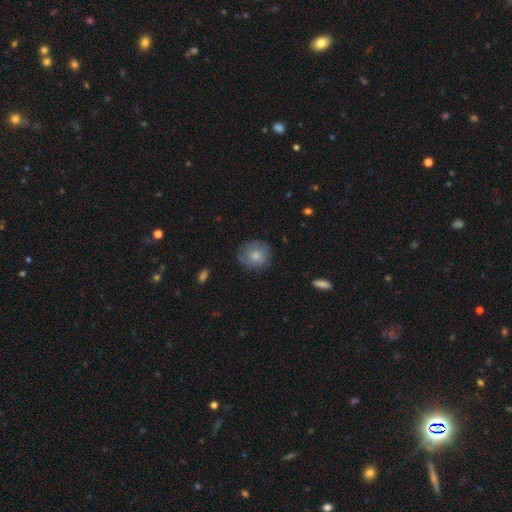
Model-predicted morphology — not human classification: Overall: smooth (67%). How rounded: round (87%). Merging: none (75%).